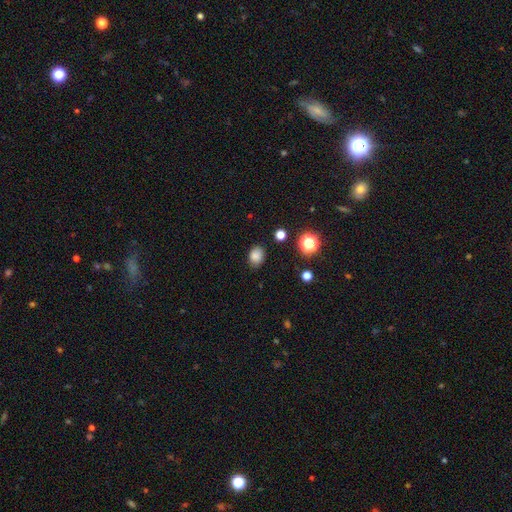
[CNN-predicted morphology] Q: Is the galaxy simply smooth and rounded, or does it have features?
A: smooth — 83%.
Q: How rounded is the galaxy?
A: in between — 59%.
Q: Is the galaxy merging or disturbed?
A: none — 83%.